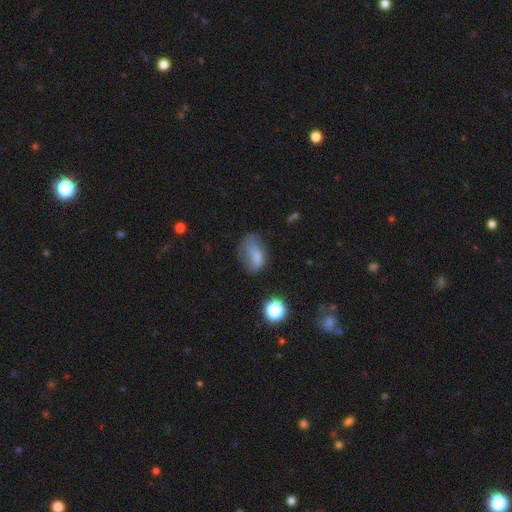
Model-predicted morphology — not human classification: The model was most divided on "merging": none: 41%, minor disturbance: 32%, major disturbance: 23%, merger: 4%. More confident: how rounded — in between (84%); smooth or featured — smooth (67%).